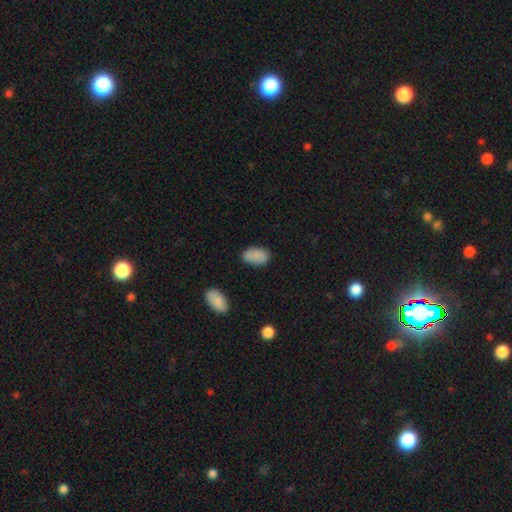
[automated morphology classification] smooth_or_featured: smooth (p=0.86) [alt: star or artifact p=0.08]
how_rounded: in between (p=0.93) [alt: round p=0.05]
merging: none (p=0.77) [alt: minor disturbance p=0.17]